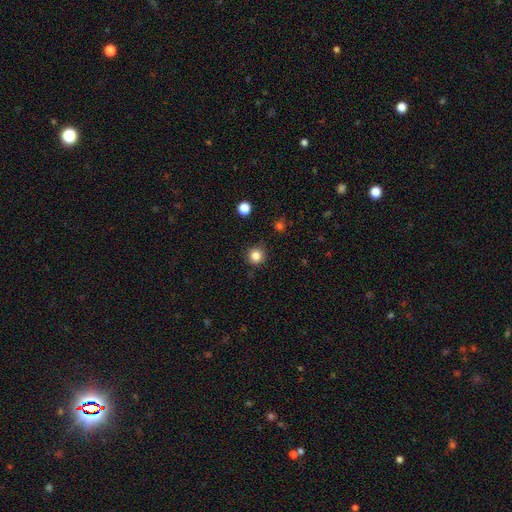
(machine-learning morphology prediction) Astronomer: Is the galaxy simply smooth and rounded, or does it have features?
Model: smooth — 84%.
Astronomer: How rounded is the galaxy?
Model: round — 95%.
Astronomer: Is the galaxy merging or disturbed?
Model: none — 88%.